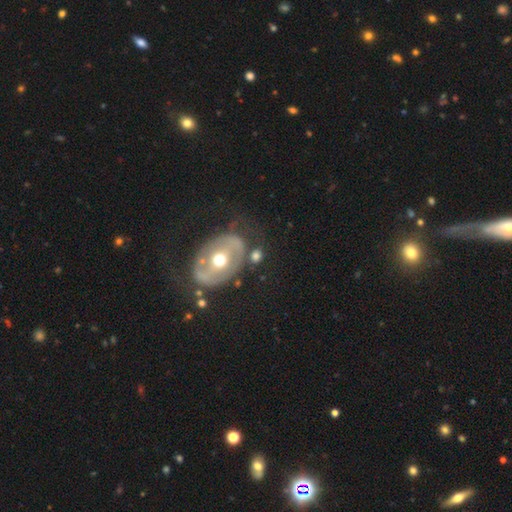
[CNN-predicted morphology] Smooth or featured?
  - smooth: 48% *
  - featured or disk: 44%
  - star or artifact: 9%
Merging?
  - none: 64% *
  - minor disturbance: 17%
  - major disturbance: 10%
  - merger: 10%